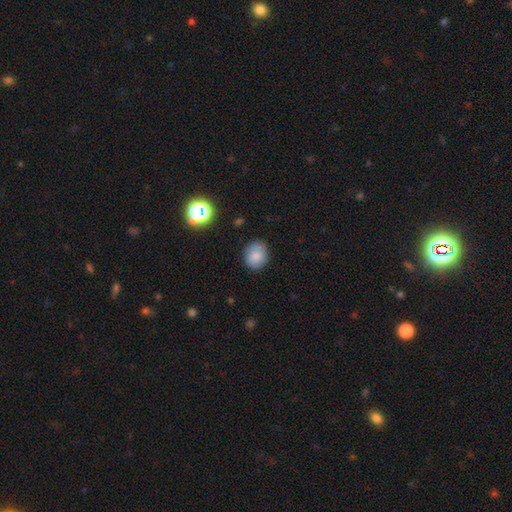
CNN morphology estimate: This appears to be a smooth galaxy with no disk features (82%) that is round (62%). Merging: none (81%).